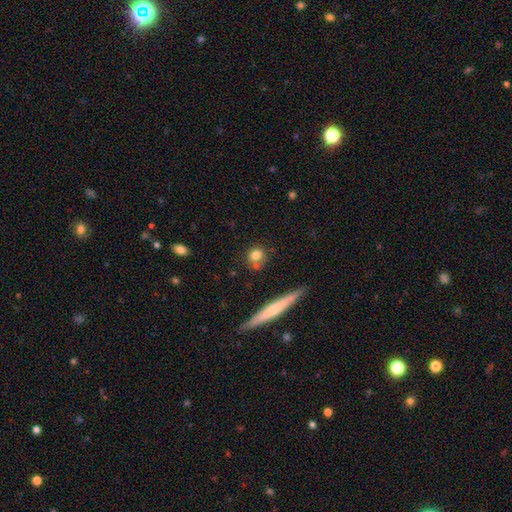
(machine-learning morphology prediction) This appears to be a smooth galaxy with no disk features (78%) that is round (82%). Merging: none (73%).